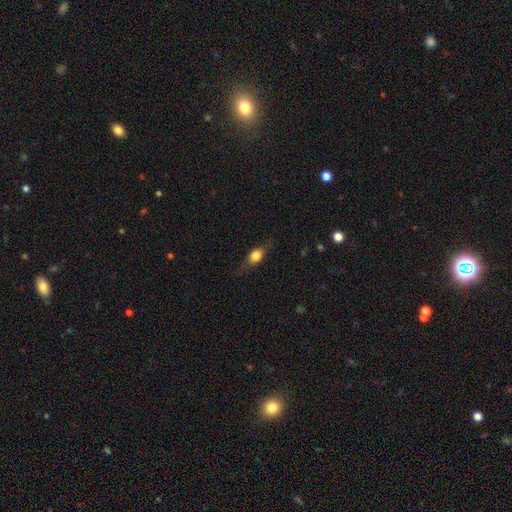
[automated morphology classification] smooth 65%, featured or disk 26%, star or artifact 9%. Down the decision tree: how rounded — in between (64%); merging — none (73%).